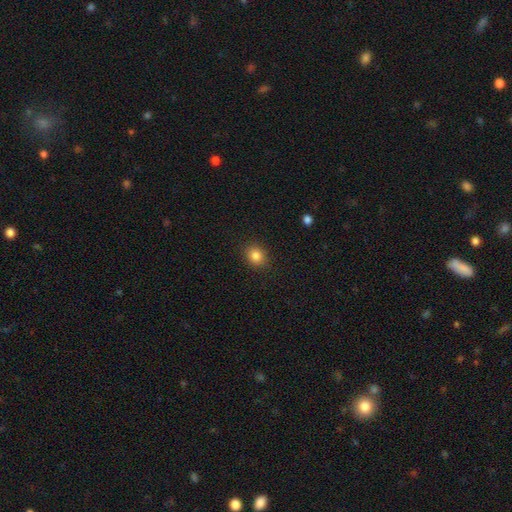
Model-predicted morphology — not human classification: smooth-or-featured: smooth: 84% | star or artifact: 11% | featured or disk: 5%
  how-rounded: round: 67% | in between: 32% | cigar-shaped: 1%
  merging: none: 89% | minor disturbance: 8% | major disturbance: 2% | merger: 1%